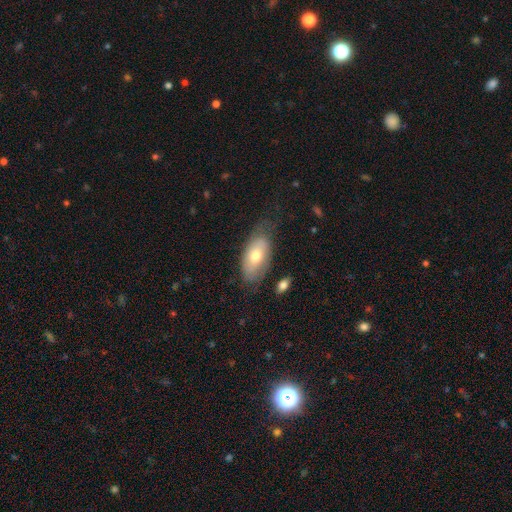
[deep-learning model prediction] The model was most divided on "smooth or featured": smooth: 58%, featured or disk: 35%, star or artifact: 7%. More confident: how rounded — in between (91%); merging — none (58%).